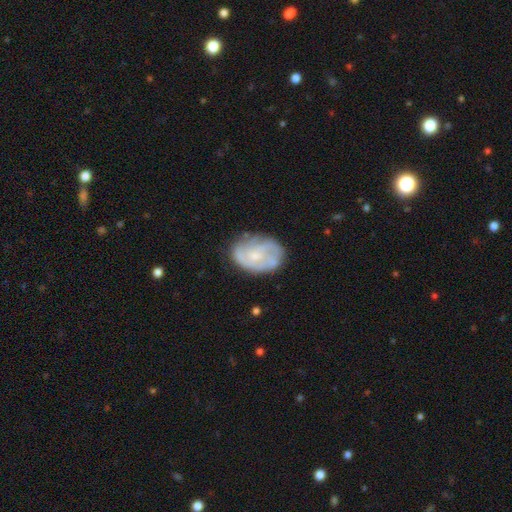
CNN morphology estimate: Overall: featured or disk (65%; smooth 28%). Edge-on disk: no (97%). Bar: no (71%). Spiral arms: yes (78%). Bulge size: small (61%; moderate 27%). Merging: none (68%).